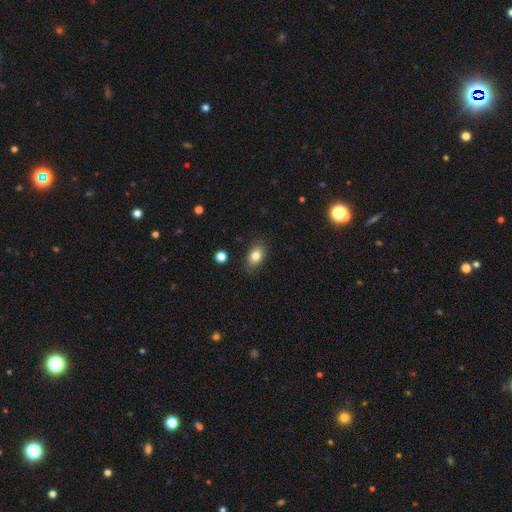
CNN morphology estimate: A smooth galaxy with no disk features (81%) that is in between round and cigar-shaped (84%). Merging: none (83%).